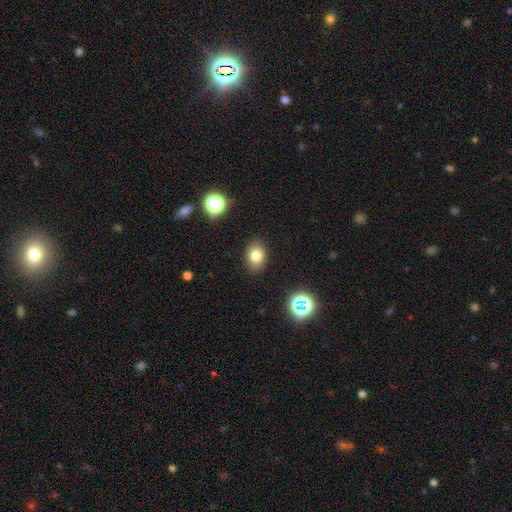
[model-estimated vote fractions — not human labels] This appears to be a smooth galaxy with no disk features (80%) that is in between round and cigar-shaped (67%). Merging: none (87%).